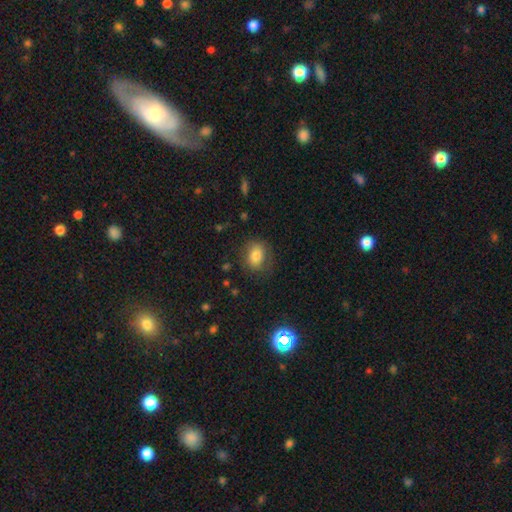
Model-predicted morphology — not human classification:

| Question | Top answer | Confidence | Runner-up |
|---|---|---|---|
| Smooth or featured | smooth | 78% | featured or disk (12%) |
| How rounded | in between | 60% | round (39%) |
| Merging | none | 72% | minor disturbance (18%) |